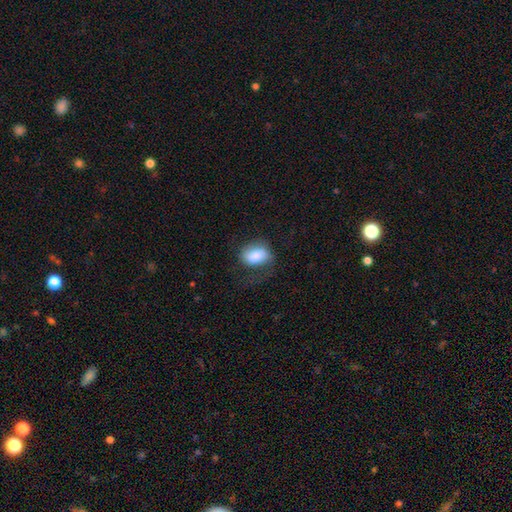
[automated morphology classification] This is likely a smooth galaxy (76%). How rounded: likely in between (79%). Merging: possibly none (55%).